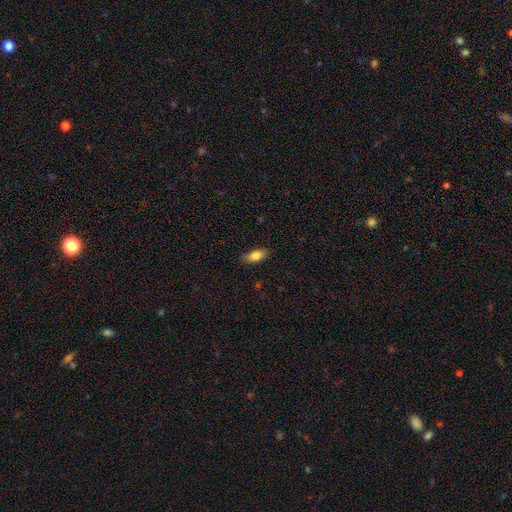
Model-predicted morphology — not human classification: The model was most divided on "merging": none: 84%, minor disturbance: 12%, major disturbance: 3%, merger: 1%. More confident: how rounded — in between (86%); smooth or featured — smooth (84%).